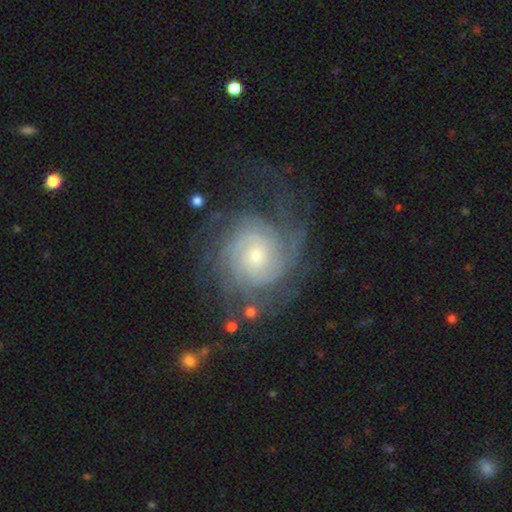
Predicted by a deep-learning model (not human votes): Morphology: type=featured or disk (86%); edge-on=no (98%); bar=no (74%); spiral arms=yes (97%); winding=tight (69%); arm count=can't tell (30%); bulge=small (63%); merging=none (67%).